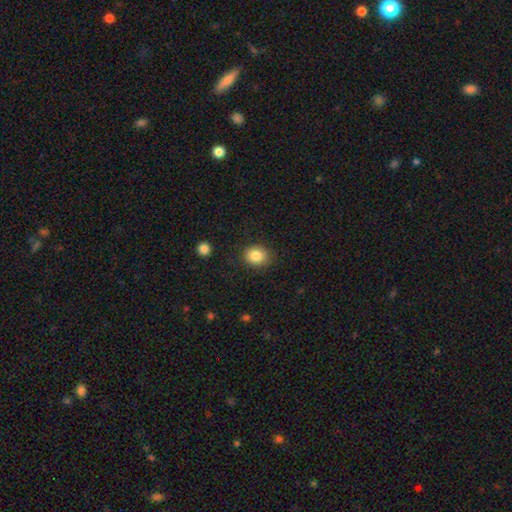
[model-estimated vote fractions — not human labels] The model was most divided on "how rounded": round: 64%, in between: 35%, cigar-shaped: 1%. More confident: merging — none (86%); smooth or featured — smooth (84%).